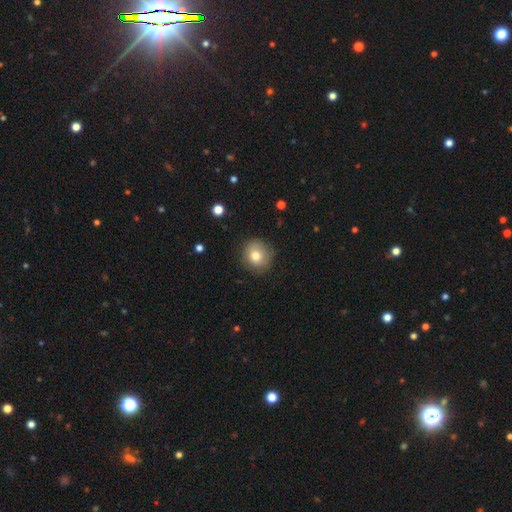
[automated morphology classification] smooth_or_featured: smooth (p=0.77) [alt: featured or disk p=0.13]
how_rounded: round (p=0.87) [alt: in between p=0.12]
merging: none (p=0.82) [alt: minor disturbance p=0.13]